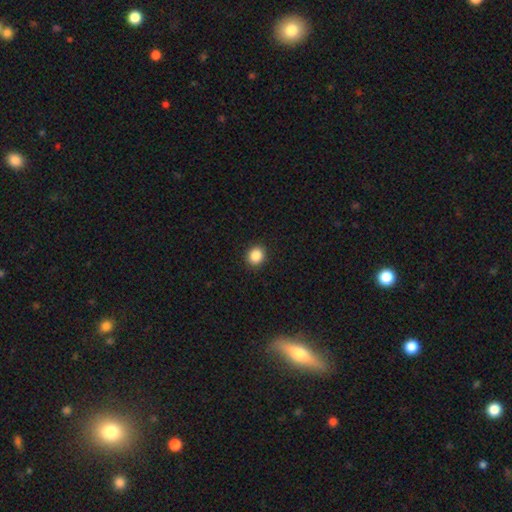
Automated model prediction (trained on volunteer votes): A smooth galaxy with no disk features (87%) that is round (78%). Merging: none (92%).